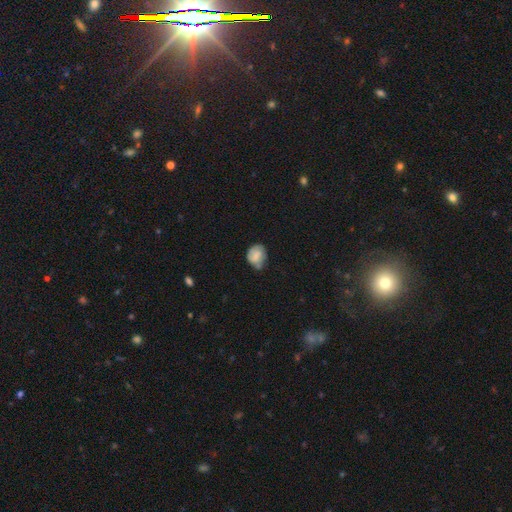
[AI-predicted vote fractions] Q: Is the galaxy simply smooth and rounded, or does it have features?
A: smooth — 69%.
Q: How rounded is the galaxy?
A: round — 54%.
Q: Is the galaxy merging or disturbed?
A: none — 46%.